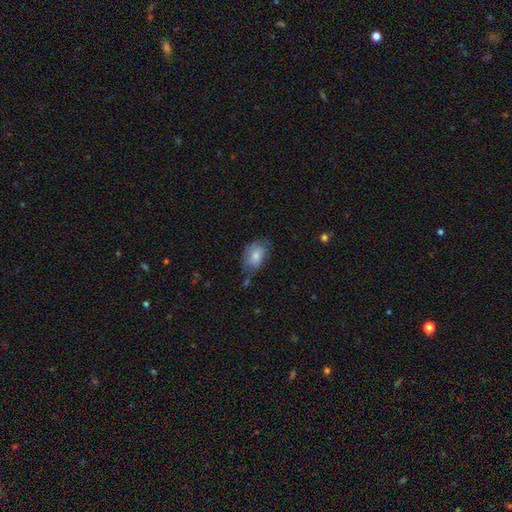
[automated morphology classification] Overall: smooth (76%). How rounded: in between (87%). Merging: none (50%; minor disturbance 33%).